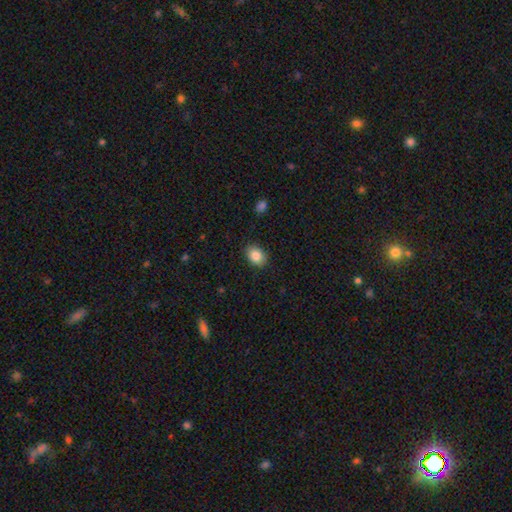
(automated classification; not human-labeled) This is clearly a smooth galaxy (86%). How rounded: likely in between (71%). Merging: clearly none (87%).